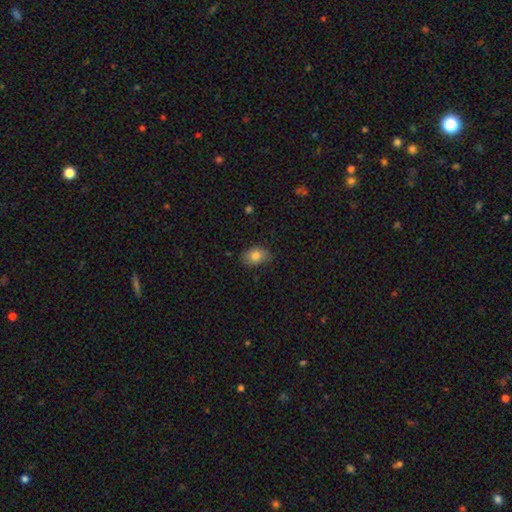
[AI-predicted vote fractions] Smooth or featured?
  - smooth: 82% *
  - featured or disk: 10%
  - star or artifact: 8%
How rounded?
  - in between: 78% *
  - round: 21%
  - cigar-shaped: 1%
Merging?
  - none: 75% *
  - minor disturbance: 20%
  - major disturbance: 3%
  - merger: 1%